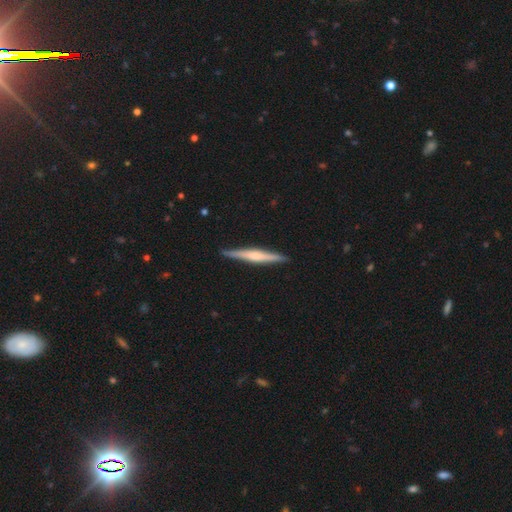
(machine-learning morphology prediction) smooth_or_featured: featured or disk (p=0.64) [alt: smooth p=0.31]
disk_edge_on: yes (p=0.98) [alt: no p=0.02]
edge_on_bulge: rounded (p=0.62) [alt: none p=0.20]
merging: none (p=0.91) [alt: minor disturbance p=0.06]